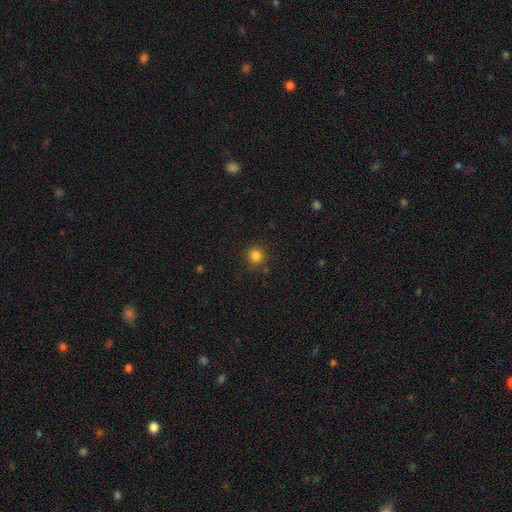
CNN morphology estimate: Overall: smooth (83%). How rounded: round (93%). Merging: none (87%).